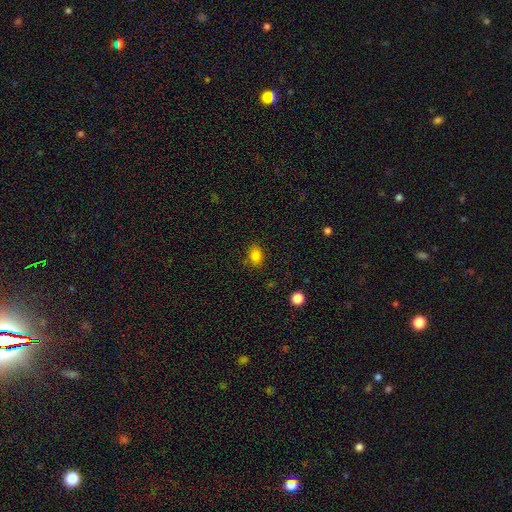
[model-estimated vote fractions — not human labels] Smooth or featured: smooth — 81% (star or artifact — 12%)
How rounded: in between — 68% (round — 30%)
Merging: none — 82% (minor disturbance — 13%)